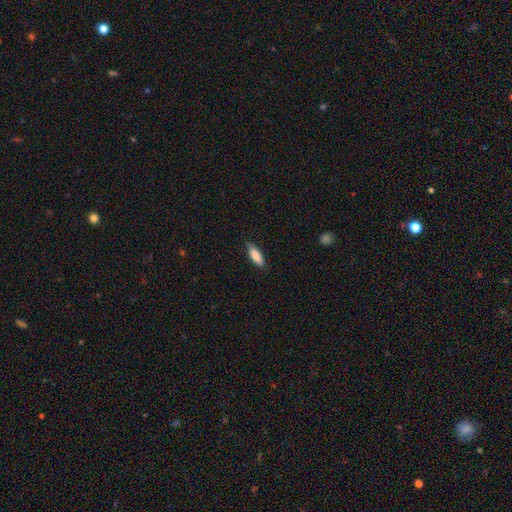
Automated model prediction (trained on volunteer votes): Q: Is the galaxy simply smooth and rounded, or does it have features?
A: smooth — 85%.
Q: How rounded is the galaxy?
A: in between — 59%.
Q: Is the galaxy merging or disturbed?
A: none — 80%.